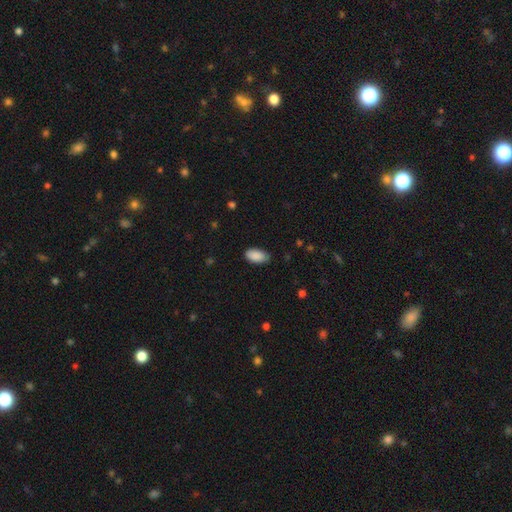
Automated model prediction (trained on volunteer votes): The model was most divided on "merging": none: 81%, minor disturbance: 15%, major disturbance: 3%, merger: 1%. More confident: how rounded — in between (95%); smooth or featured — smooth (90%).